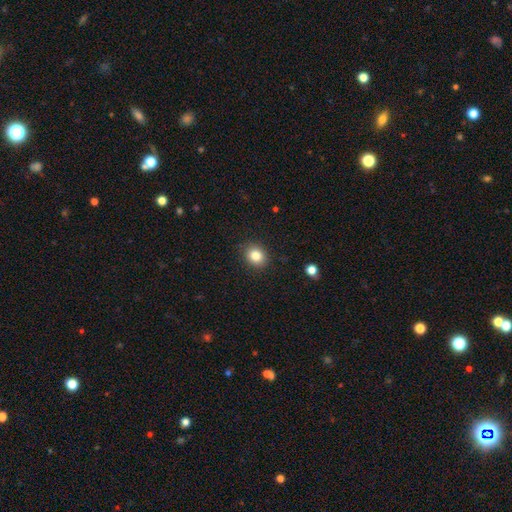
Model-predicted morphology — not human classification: Q: Smooth or featured?
A: smooth (83%); runner-up: star or artifact (10%)
Q: How rounded?
A: round (67%); runner-up: in between (32%)
Q: Merging?
A: none (88%); runner-up: minor disturbance (9%)